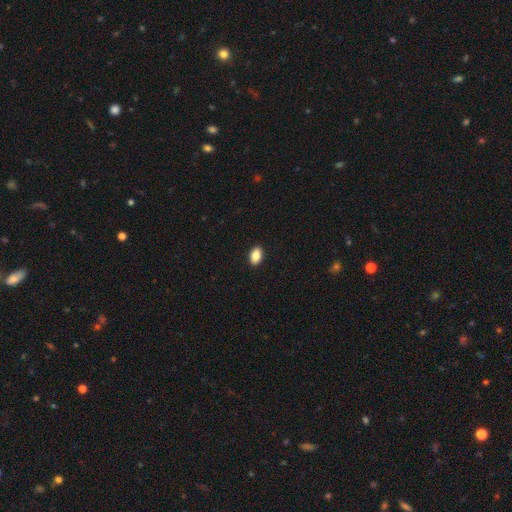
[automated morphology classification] type=smooth (86%); roundness=in between (90%); merging=none (91%).